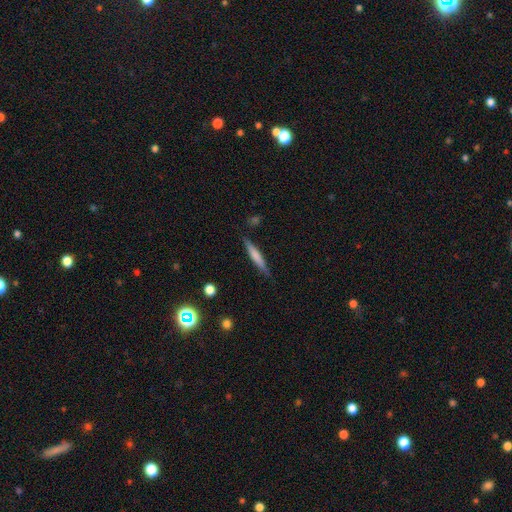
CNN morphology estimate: smooth_or_featured: smooth (p=0.61) [alt: featured or disk p=0.33]
how_rounded: cigar-shaped (p=0.93) [alt: in between p=0.05]
merging: none (p=0.85) [alt: minor disturbance p=0.11]